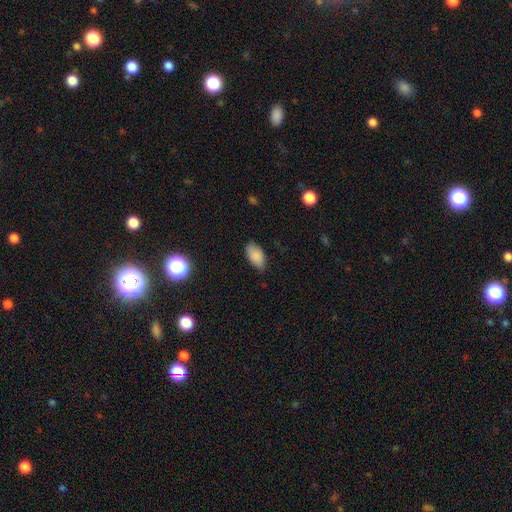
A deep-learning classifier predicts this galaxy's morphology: Smooth or featured? Predicted: smooth (p=0.86). How rounded? Predicted: in between (p=0.93). Merging? Predicted: none (p=0.73).